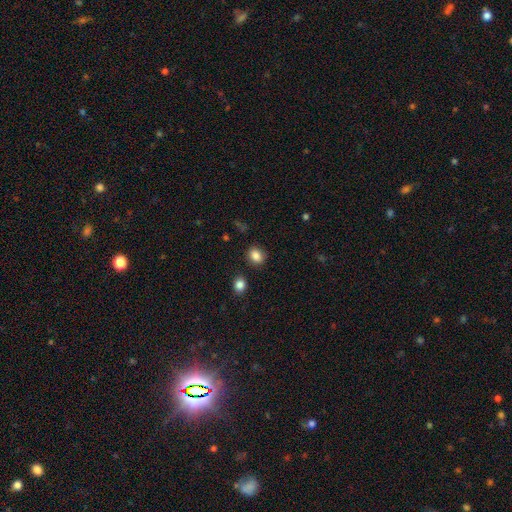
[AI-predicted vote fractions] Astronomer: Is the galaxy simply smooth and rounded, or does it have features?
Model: smooth — 86%.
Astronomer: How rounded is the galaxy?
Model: in between — 49%, tied with round at 49%.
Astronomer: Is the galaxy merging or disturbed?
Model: none — 85%.